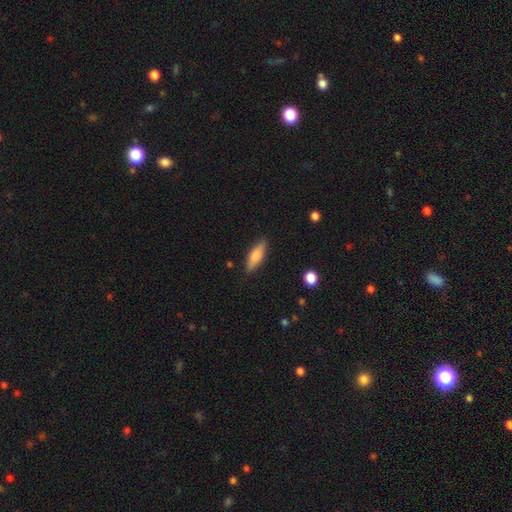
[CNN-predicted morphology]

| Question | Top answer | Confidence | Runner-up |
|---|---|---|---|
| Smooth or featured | smooth | 74% | featured or disk (20%) |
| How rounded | in between | 54% | cigar-shaped (44%) |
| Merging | none | 86% | minor disturbance (11%) |